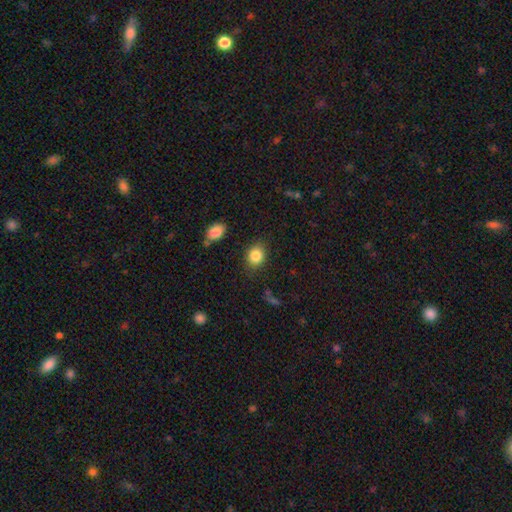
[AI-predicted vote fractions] Smooth or featured?
  - smooth: 84% *
  - star or artifact: 9%
  - featured or disk: 6%
How rounded?
  - round: 52% *
  - in between: 47%
  - cigar-shaped: 1%
Merging?
  - none: 83% *
  - minor disturbance: 12%
  - major disturbance: 3%
  - merger: 2%